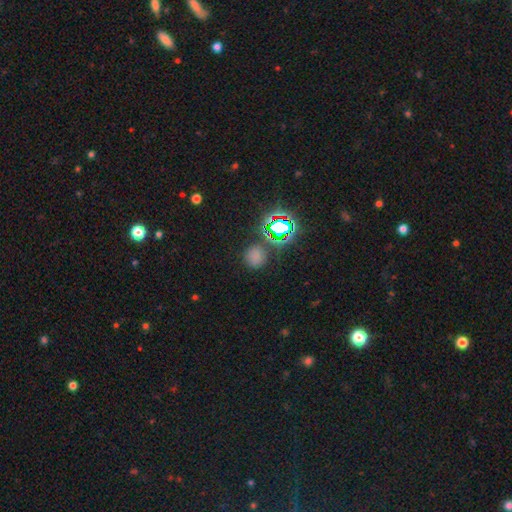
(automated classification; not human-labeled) Overall: smooth (63%; star or artifact 31%). How rounded: round (89%). Merging: none (80%).